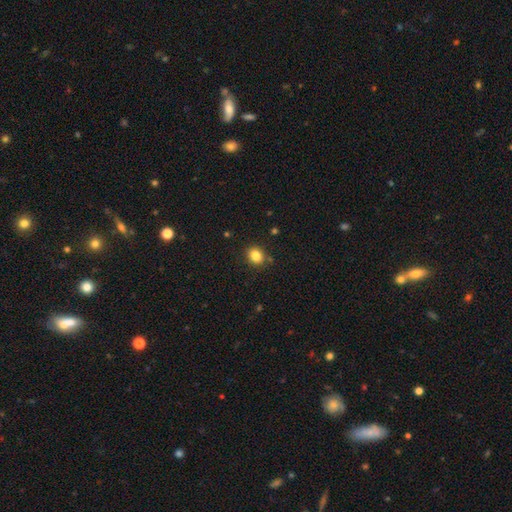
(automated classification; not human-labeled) This is clearly a smooth galaxy (84%). How rounded: likely round (61%). Merging: clearly none (84%).